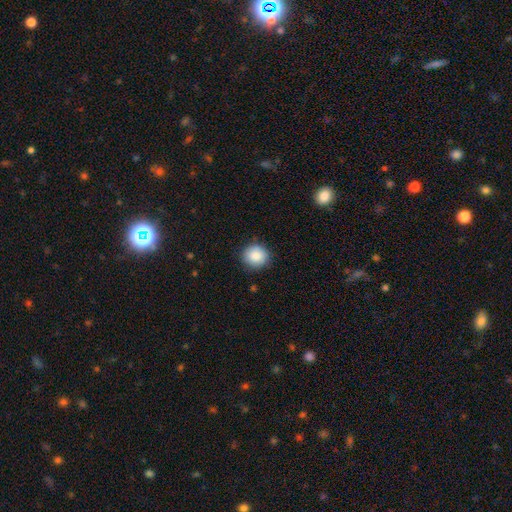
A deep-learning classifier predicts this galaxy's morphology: type=smooth (88%); roundness=round (88%); merging=none (87%).